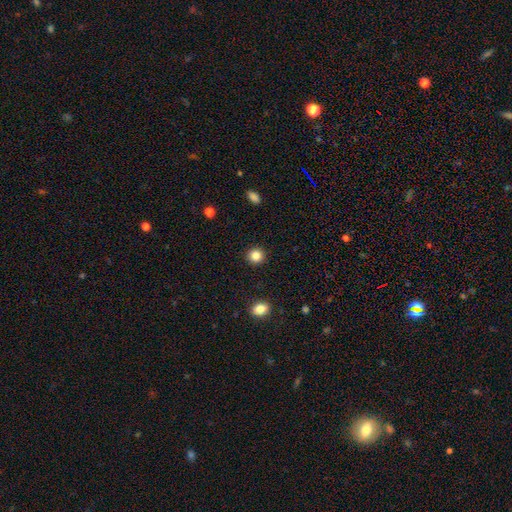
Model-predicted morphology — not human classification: Overall: smooth (85%). How rounded: round (91%). Merging: none (92%).